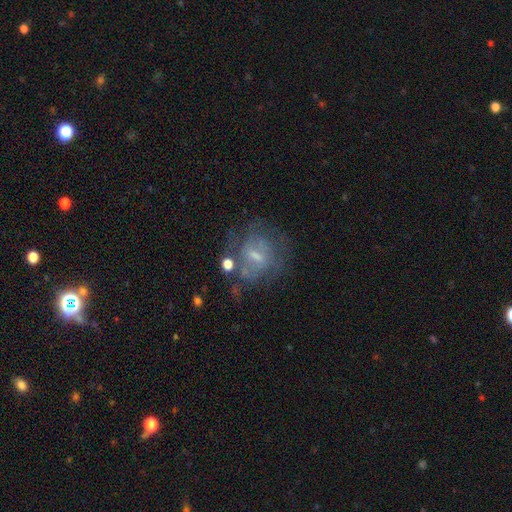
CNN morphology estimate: Smooth or featured: featured or disk — 60% (smooth — 27%)
Edge-on disk: no — 95% (yes — 5%)
Bar: weak — 50% (no — 33%)
Spiral arms: yes — 56% (no — 44%)
Bulge size: small — 55% (moderate — 28%)
Merging: none — 54% (minor disturbance — 19%)